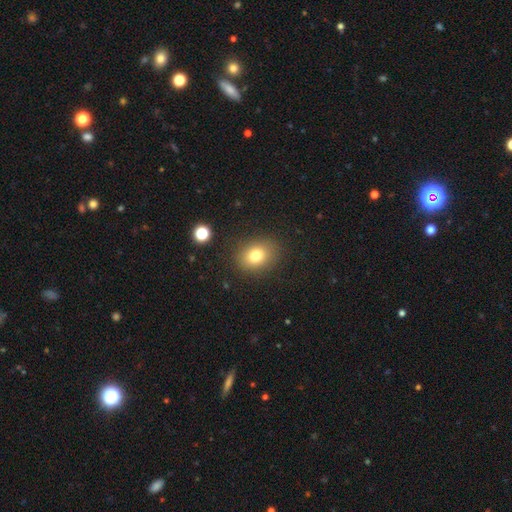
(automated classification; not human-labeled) smooth_or_featured: smooth (p=0.78) [alt: star or artifact p=0.13]
how_rounded: in between (p=0.52) [alt: round p=0.47]
merging: none (p=0.86) [alt: minor disturbance p=0.09]